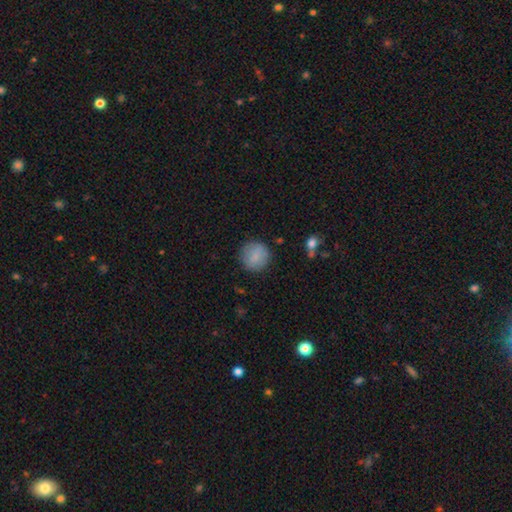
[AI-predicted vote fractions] A smooth galaxy with no disk features (84%) that is round (91%).

Vote fractions:
- Smooth or featured? smooth: 84% / featured or disk: 8% / star or artifact: 8%
- How rounded? round: 91% / in between: 8% / cigar-shaped: 1%
- Merging? none: 85% / minor disturbance: 11% / major disturbance: 3% / merger: 1%